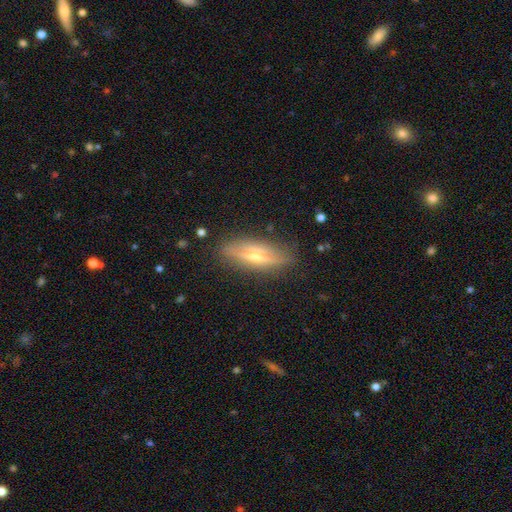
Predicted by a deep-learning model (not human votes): Smooth or featured: featured or disk — 60% (smooth — 32%)
Edge-on disk: yes — 89% (no — 11%)
Edge-on bulge: rounded — 78% (none — 12%)
Merging: none — 84% (minor disturbance — 12%)